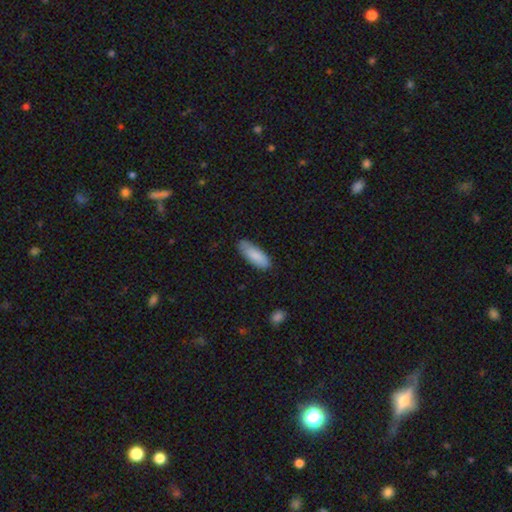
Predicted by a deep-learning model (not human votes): Overall: smooth (86%). How rounded: in between (69%; cigar-shaped 29%). Merging: none (80%).